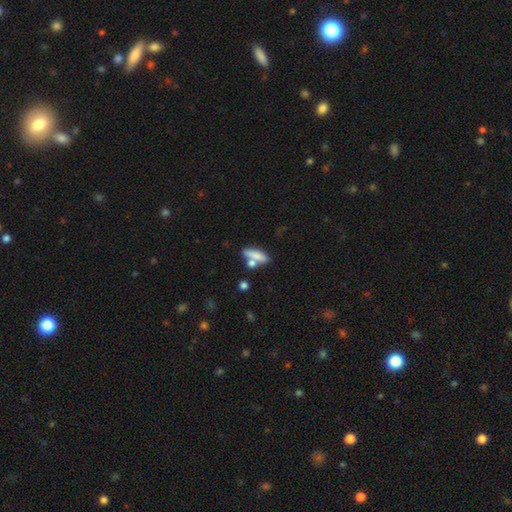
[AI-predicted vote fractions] Smooth or featured: smooth — 73% (featured or disk — 19%)
How rounded: cigar-shaped — 63% (in between — 32%)
Merging: none — 55% (merger — 27%)